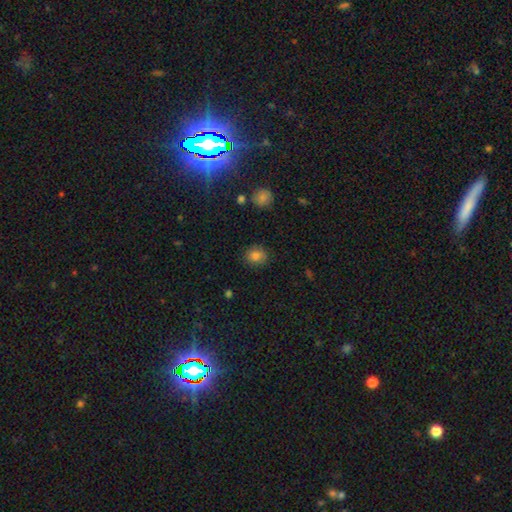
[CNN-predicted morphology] type=smooth (83%); roundness=round (68%); merging=none (85%).